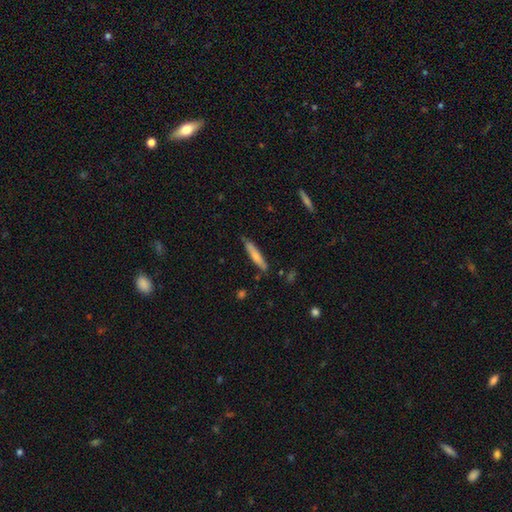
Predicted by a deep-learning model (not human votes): smooth-or-featured: smooth: 69% | featured or disk: 26% | star or artifact: 6%
  how-rounded: cigar-shaped: 90% | in between: 8% | round: 1%
  merging: none: 80% | minor disturbance: 15% | merger: 2% | major disturbance: 2%